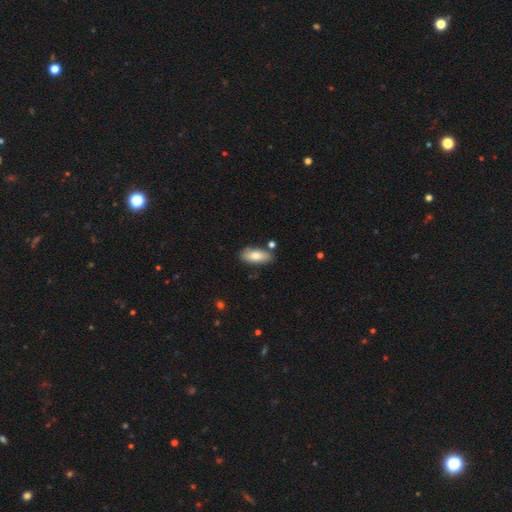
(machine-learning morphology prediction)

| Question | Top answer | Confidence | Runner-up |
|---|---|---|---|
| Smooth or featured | smooth | 78% | featured or disk (16%) |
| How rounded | in between | 82% | cigar-shaped (15%) |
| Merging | none | 78% | minor disturbance (14%) |